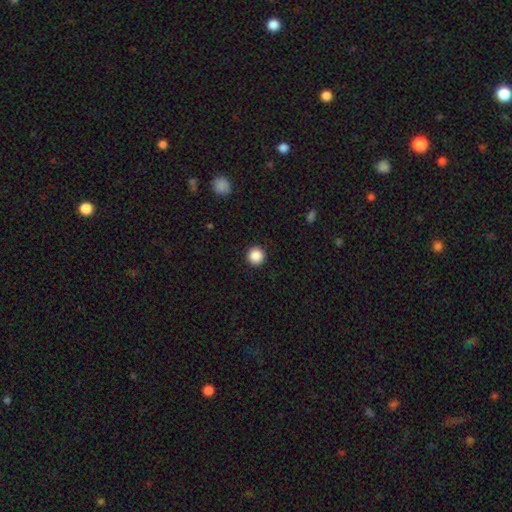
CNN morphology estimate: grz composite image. It shows a smooth galaxy with no disk features (88%) that is round (96%). Merging: none (93%).